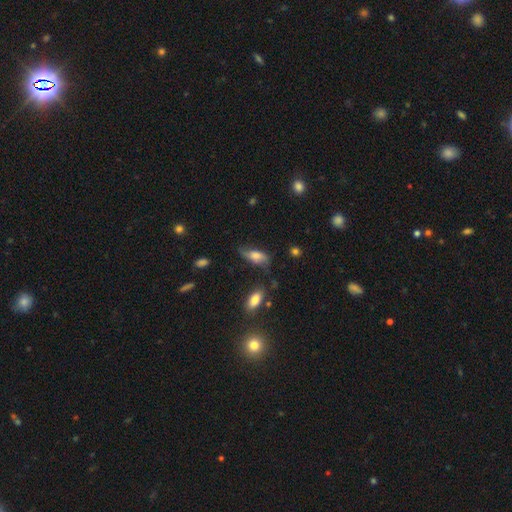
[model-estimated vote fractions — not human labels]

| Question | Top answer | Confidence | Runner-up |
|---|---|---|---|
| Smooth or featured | smooth | 64% | featured or disk (27%) |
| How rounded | in between | 79% | cigar-shaped (18%) |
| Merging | none | 51% | minor disturbance (33%) |